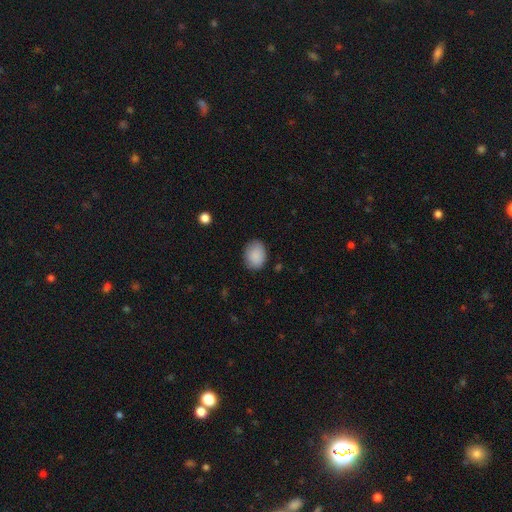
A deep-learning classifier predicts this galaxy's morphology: Overall: smooth (89%). How rounded: in between (57%; round 42%). Merging: none (79%).